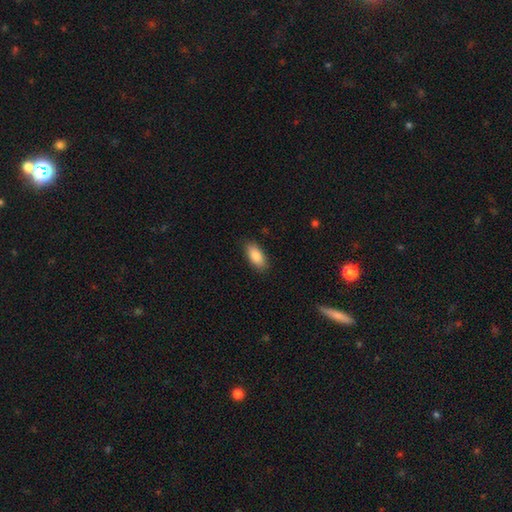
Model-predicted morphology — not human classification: smooth-or-featured: smooth: 88% | star or artifact: 6% | featured or disk: 6%
  how-rounded: in between: 89% | cigar-shaped: 9% | round: 2%
  merging: none: 87% | minor disturbance: 10% | major disturbance: 2% | merger: 1%